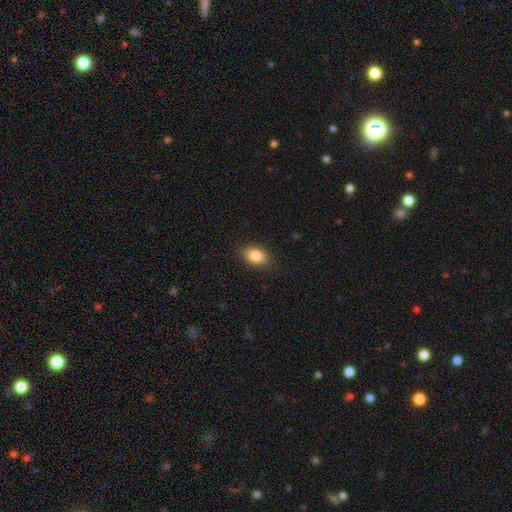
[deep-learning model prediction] Smooth or featured?
  - smooth: 84% *
  - star or artifact: 8%
  - featured or disk: 8%
How rounded?
  - in between: 85% *
  - round: 13%
  - cigar-shaped: 2%
Merging?
  - none: 87% *
  - minor disturbance: 9%
  - major disturbance: 2%
  - merger: 1%